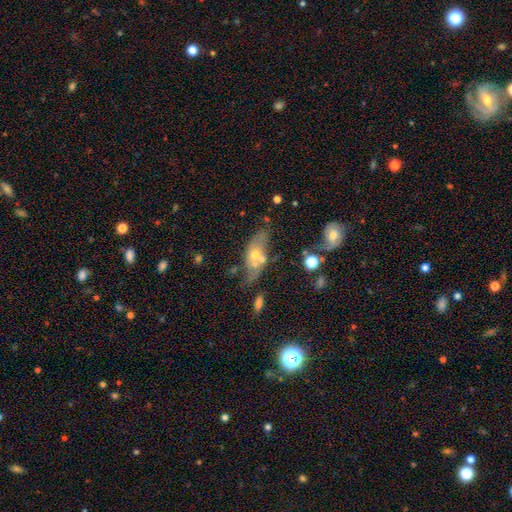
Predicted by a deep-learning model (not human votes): smooth-or-featured: featured or disk: 49% | smooth: 42% | star or artifact: 9%
  merging: none: 40% | merger: 25% | minor disturbance: 22% | major disturbance: 13%